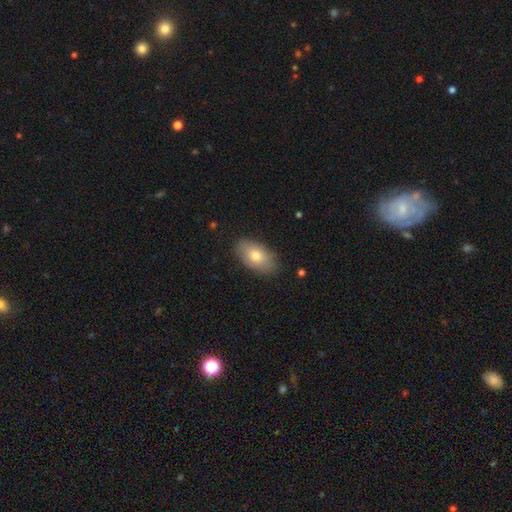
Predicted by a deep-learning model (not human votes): Overall: smooth (74%). How rounded: in between (92%). Merging: none (83%).